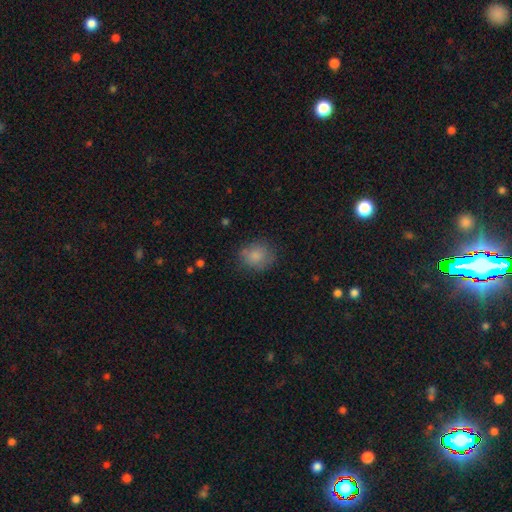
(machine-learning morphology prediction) smooth 82%, featured or disk 10%, star or artifact 9%. Down the decision tree: how rounded — round (72%); merging — none (72%).